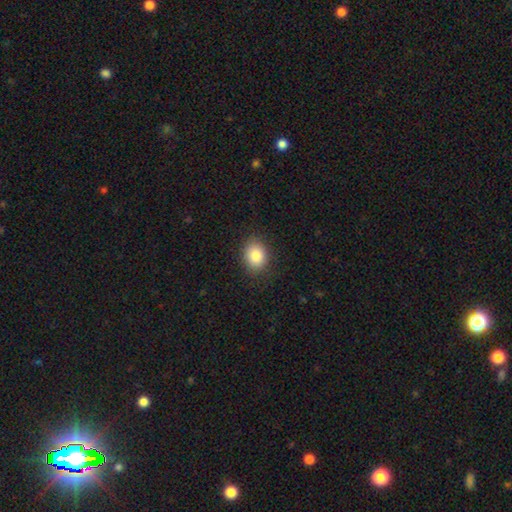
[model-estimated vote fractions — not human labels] Smooth or featured?
  - smooth: 85% *
  - star or artifact: 9%
  - featured or disk: 6%
How rounded?
  - in between: 54% *
  - round: 45%
  - cigar-shaped: 1%
Merging?
  - none: 87% *
  - minor disturbance: 10%
  - major disturbance: 3%
  - merger: 1%